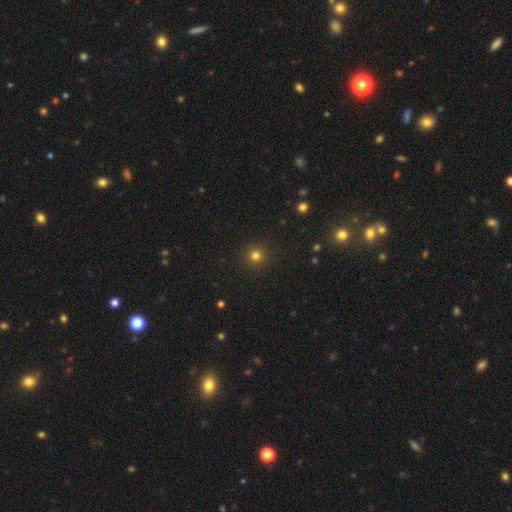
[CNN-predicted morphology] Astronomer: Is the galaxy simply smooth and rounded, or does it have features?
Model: smooth — 79%.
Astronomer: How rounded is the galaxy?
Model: round — 95%.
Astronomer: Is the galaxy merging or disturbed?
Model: none — 91%.